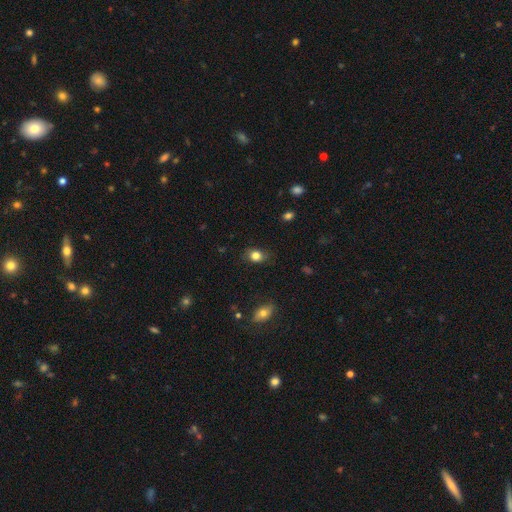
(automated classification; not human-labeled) A smooth galaxy with no disk features (82%) that is in between round and cigar-shaped (59%). Merging: none (76%).